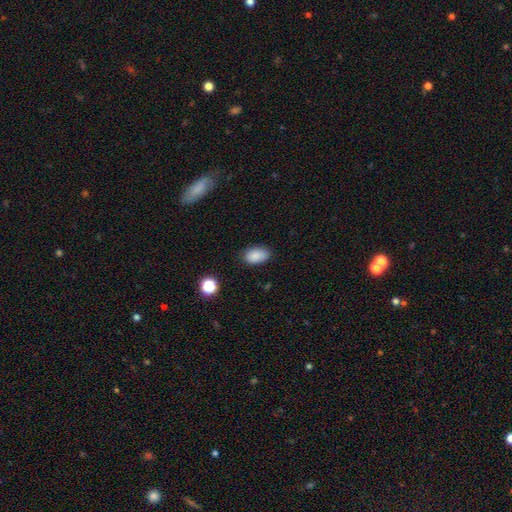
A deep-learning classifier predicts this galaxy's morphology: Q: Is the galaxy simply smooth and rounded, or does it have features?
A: smooth — 86%.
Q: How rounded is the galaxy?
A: in between — 90%.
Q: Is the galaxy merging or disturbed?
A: none — 81%.